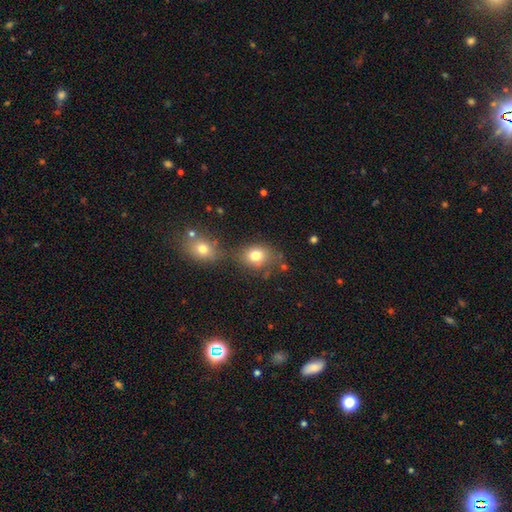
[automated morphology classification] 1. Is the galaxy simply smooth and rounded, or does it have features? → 78% smooth, 13% star or artifact, 10% featured or disk.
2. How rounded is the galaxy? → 54% round, 45% in between, 1% cigar-shaped.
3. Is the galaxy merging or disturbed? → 60% none, 21% merger, 14% minor disturbance, 6% major disturbance.